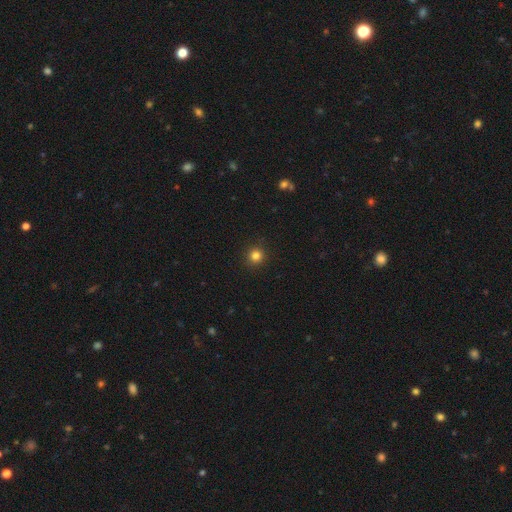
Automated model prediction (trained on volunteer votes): smooth-or-featured: smooth: 83% | star or artifact: 13% | featured or disk: 4%
  how-rounded: round: 94% | in between: 6% | cigar-shaped: 1%
  merging: none: 93% | minor disturbance: 5% | major disturbance: 2% | merger: 1%